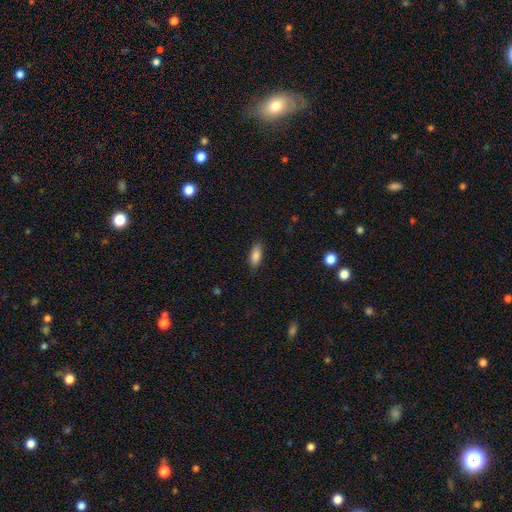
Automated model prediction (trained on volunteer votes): This is clearly a smooth galaxy (86%). How rounded: clearly in between (81%). Merging: clearly none (86%).